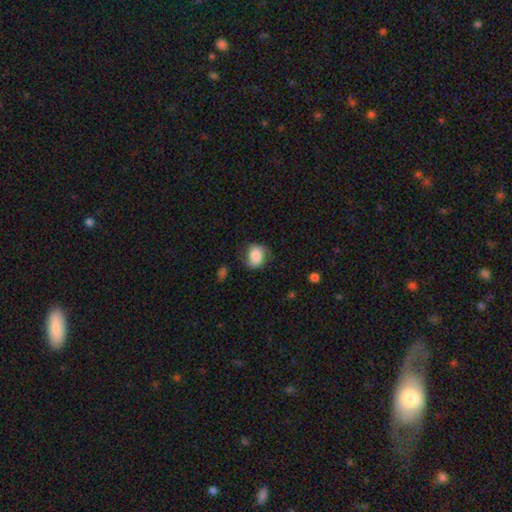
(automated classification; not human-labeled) Smooth or featured? smooth (68%)
How rounded? in between (54%)
Merging? none (63%)